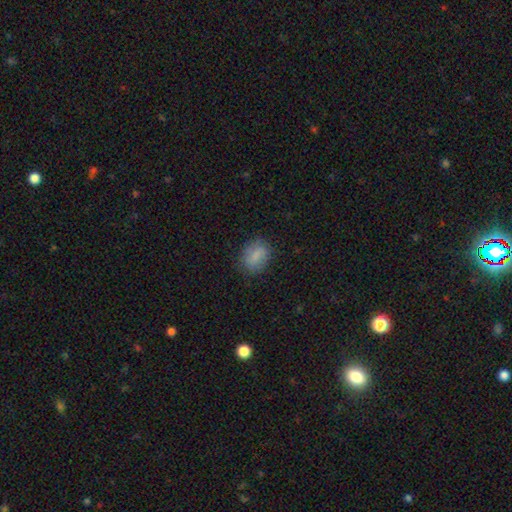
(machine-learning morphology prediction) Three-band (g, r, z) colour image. It shows a smooth galaxy with no disk features (80%) that is in between round and cigar-shaped (65%). Merging: none (79%).